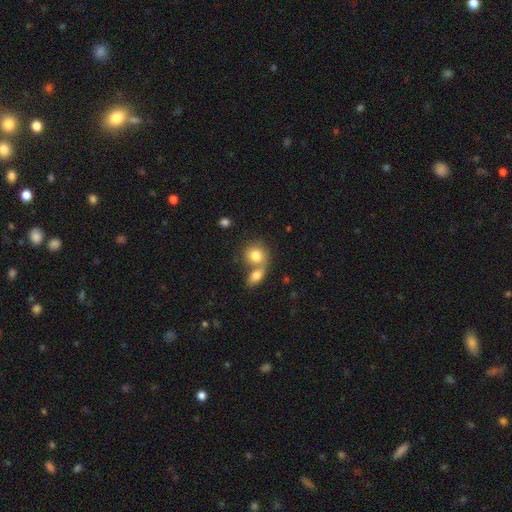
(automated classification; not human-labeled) A smooth galaxy with no disk features (80%) that is round (67%). Merging: merger (59%).